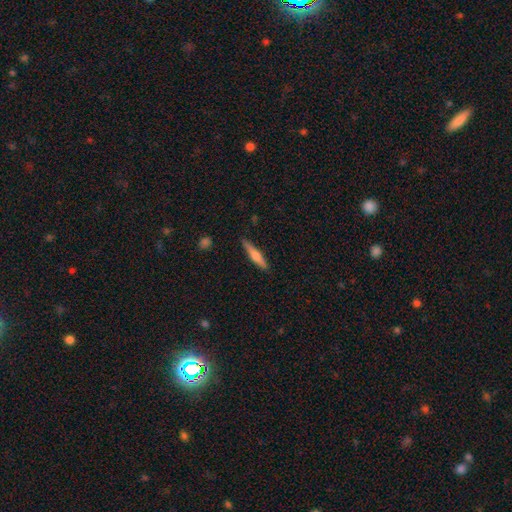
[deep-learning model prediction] This appears to be a smooth galaxy with no disk features (51%) that is cigar-shaped (88%). Merging: none (87%).